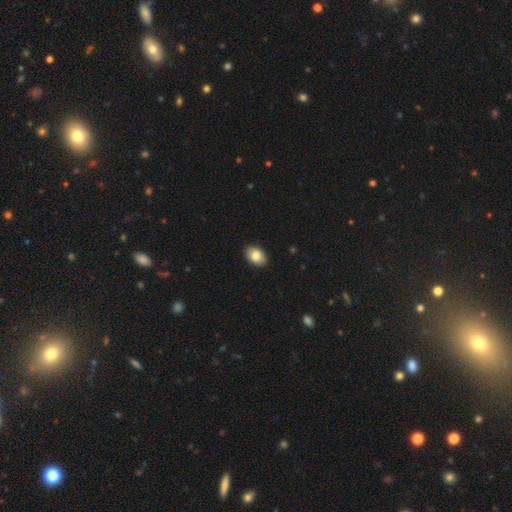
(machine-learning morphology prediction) smooth-or-featured: smooth: 83% | featured or disk: 10% | star or artifact: 7%
  how-rounded: in between: 83% | round: 16% | cigar-shaped: 1%
  merging: none: 90% | minor disturbance: 7% | major disturbance: 2% | merger: 1%